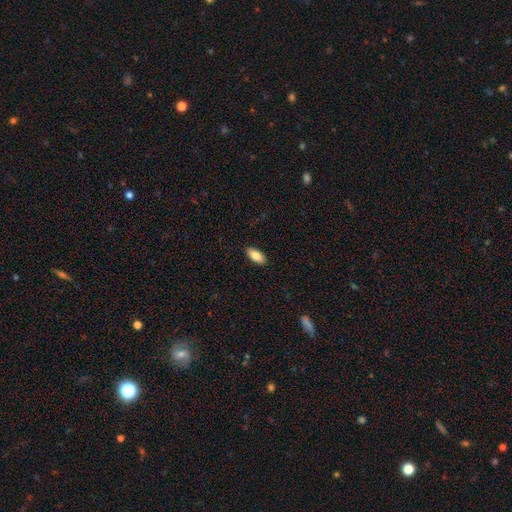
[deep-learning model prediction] smooth_or_featured: smooth (p=0.83) [alt: featured or disk p=0.10]
how_rounded: in between (p=0.88) [alt: cigar-shaped p=0.10]
merging: none (p=0.90) [alt: minor disturbance p=0.08]